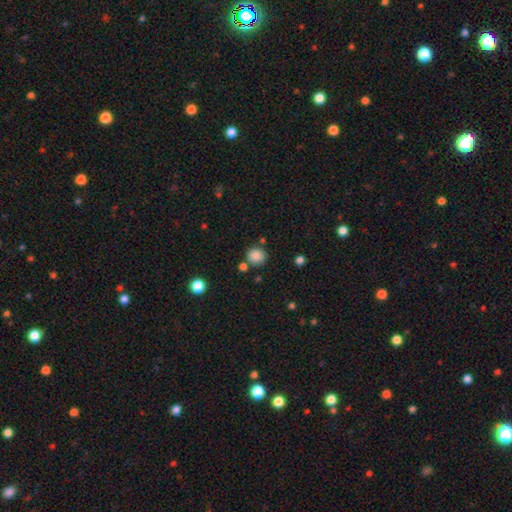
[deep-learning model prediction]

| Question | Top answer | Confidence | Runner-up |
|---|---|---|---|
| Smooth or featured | smooth | 85% | star or artifact (11%) |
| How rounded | round | 87% | in between (12%) |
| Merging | none | 77% | minor disturbance (10%) |